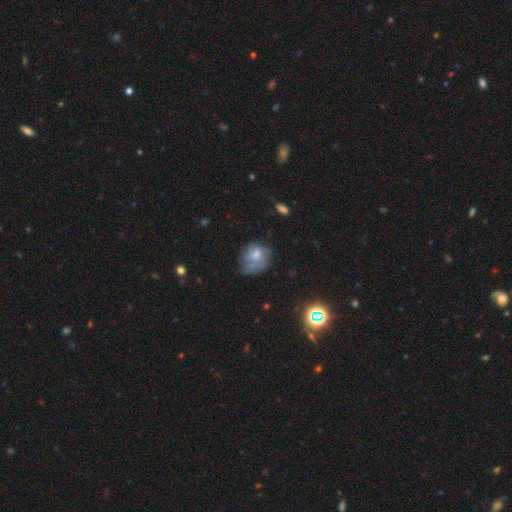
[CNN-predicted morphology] smooth 62%, featured or disk 27%, star or artifact 11%. Down the decision tree: how rounded — round (54%); merging — none (40%).